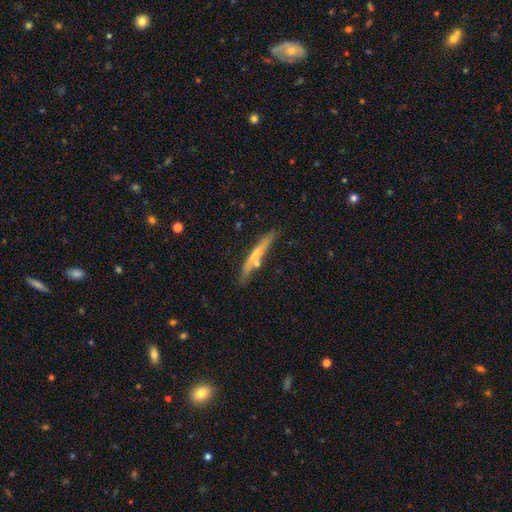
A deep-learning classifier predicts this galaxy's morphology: smooth 50%, featured or disk 43%, star or artifact 6%. Down the decision tree: how rounded — cigar-shaped (92%); merging — none (73%).